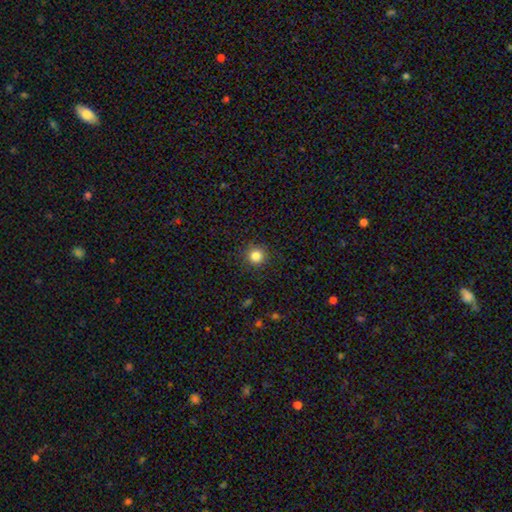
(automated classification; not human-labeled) Smooth or featured: smooth — 84% (star or artifact — 12%)
How rounded: round — 94% (in between — 5%)
Merging: none — 91% (minor disturbance — 6%)